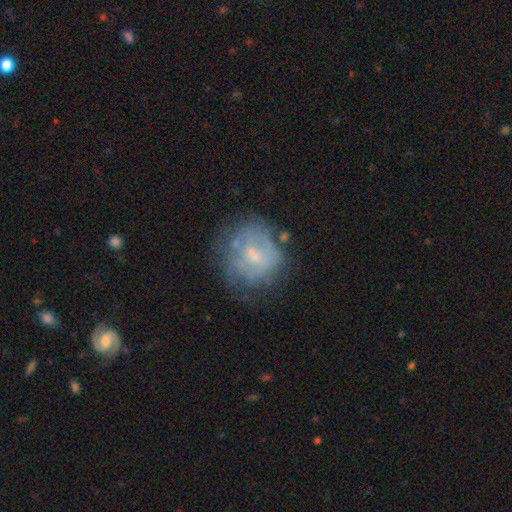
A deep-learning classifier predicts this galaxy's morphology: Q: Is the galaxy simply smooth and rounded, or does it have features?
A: featured or disk — 55%.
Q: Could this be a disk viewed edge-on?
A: no — 98%.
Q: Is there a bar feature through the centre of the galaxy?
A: no — 70%.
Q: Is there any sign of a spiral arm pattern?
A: no — 66%.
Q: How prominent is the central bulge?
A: small — 55%.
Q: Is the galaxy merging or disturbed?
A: none — 53%.